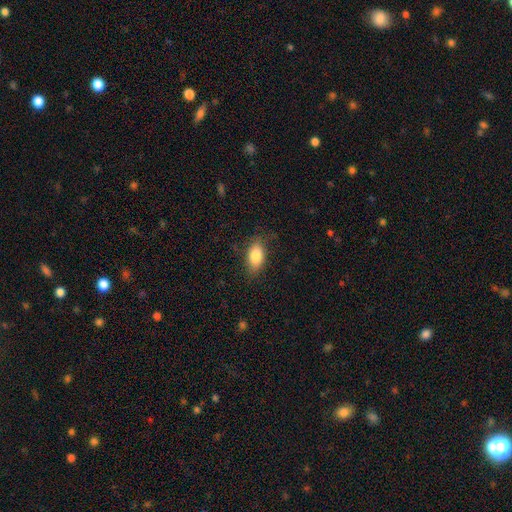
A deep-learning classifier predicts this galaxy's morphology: A smooth galaxy with no disk features (83%) that is in between round and cigar-shaped (90%). Merging: none (78%).